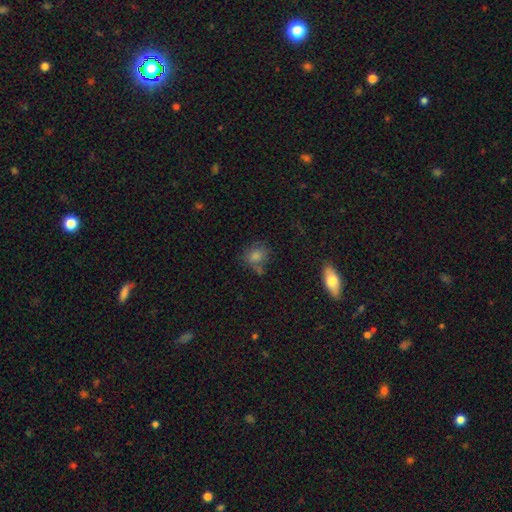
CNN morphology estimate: Smooth or featured: smooth — 74% (star or artifact — 15%)
How rounded: round — 56% (in between — 41%)
Merging: none — 67% (minor disturbance — 17%)